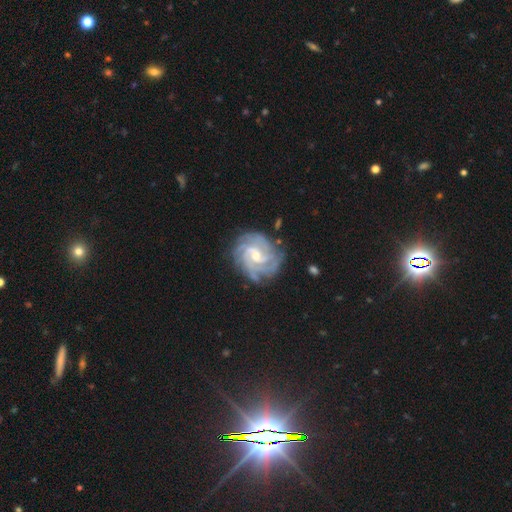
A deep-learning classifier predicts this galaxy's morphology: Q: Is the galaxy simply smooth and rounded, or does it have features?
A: featured or disk — 91%.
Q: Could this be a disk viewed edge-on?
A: no — 98%.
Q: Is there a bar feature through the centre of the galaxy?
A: weak — 50%.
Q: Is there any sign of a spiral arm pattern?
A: yes — 98%.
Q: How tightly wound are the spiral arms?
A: tight — 70%.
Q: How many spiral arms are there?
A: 4 — 30%.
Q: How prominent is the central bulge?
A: small — 52%.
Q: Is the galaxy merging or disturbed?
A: none — 79%.